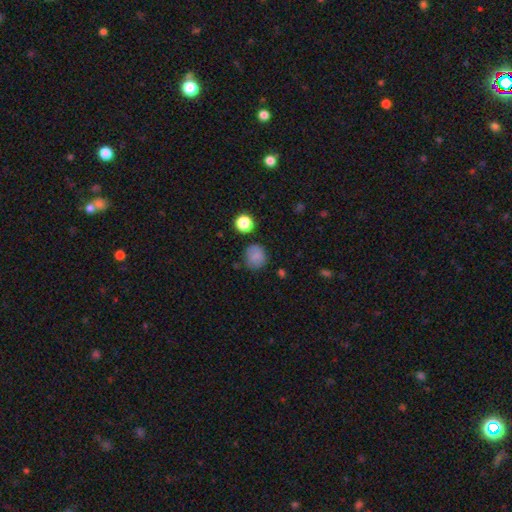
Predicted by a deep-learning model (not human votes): A smooth galaxy with no disk features (82%) that is round (85%). Merging: none (75%).